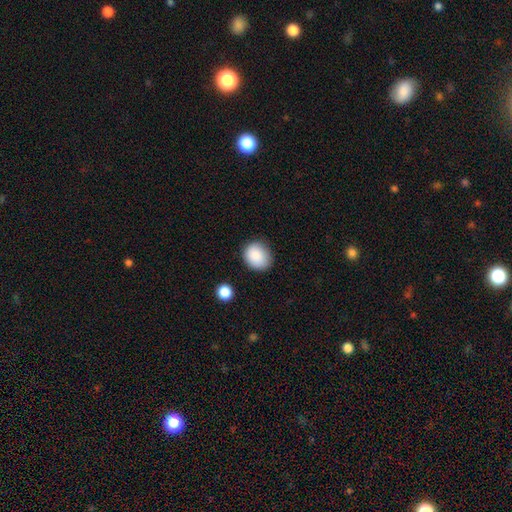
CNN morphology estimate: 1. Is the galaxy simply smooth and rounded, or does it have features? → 88% smooth, 8% star or artifact, 4% featured or disk.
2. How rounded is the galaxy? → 62% round, 37% in between, 1% cigar-shaped.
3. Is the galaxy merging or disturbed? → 81% none, 14% minor disturbance, 3% major disturbance, 2% merger.